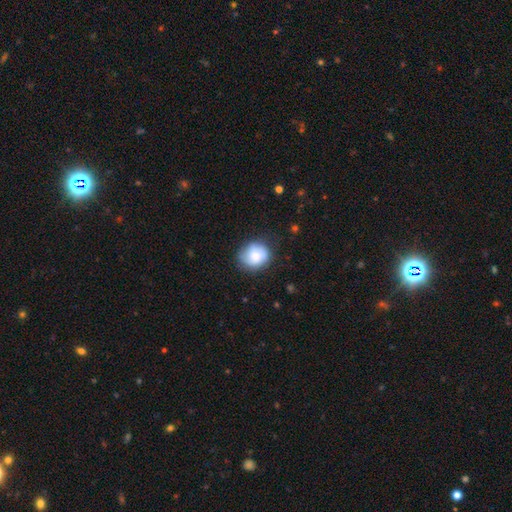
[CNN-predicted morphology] The model was most divided on "merging": none: 70%, minor disturbance: 22%, major disturbance: 7%, merger: 1%. More confident: how rounded — round (74%); smooth or featured — smooth (72%).